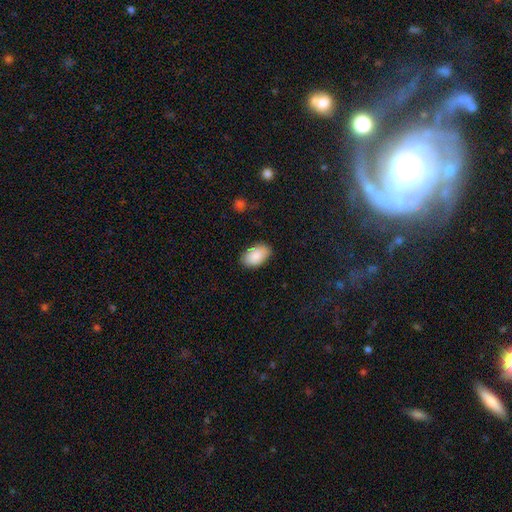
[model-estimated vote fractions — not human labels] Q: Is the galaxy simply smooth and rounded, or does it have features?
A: smooth — 88%.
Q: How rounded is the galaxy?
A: in between — 93%.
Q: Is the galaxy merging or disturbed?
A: none — 81%.